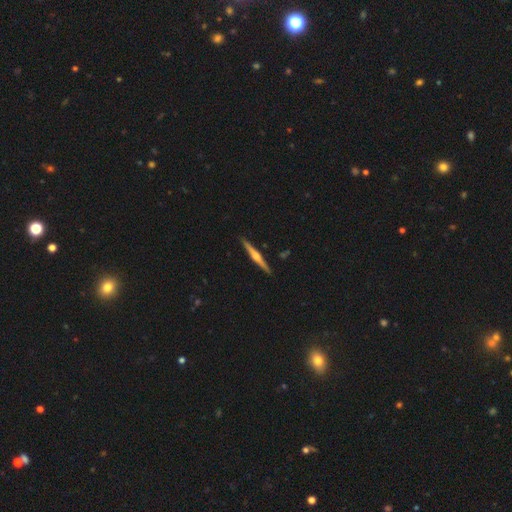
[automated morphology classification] smooth_or_featured: featured or disk (p=0.76) [alt: smooth p=0.19]
disk_edge_on: yes (p=0.98) [alt: no p=0.02]
edge_on_bulge: rounded (p=0.84) [alt: boxy p=0.09]
merging: none (p=0.91) [alt: minor disturbance p=0.06]